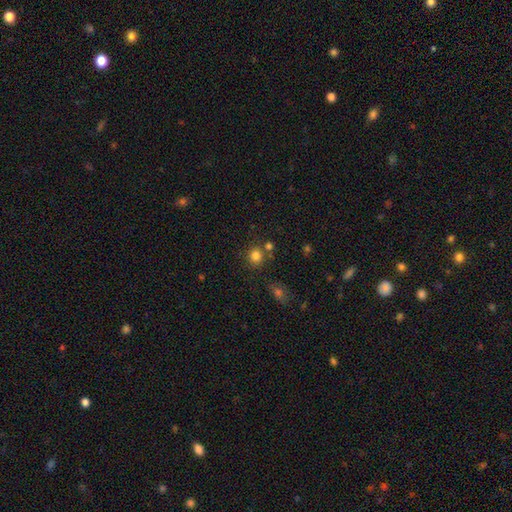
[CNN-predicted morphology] This is clearly a smooth galaxy (81%). How rounded: clearly round (86%). Merging: likely none (74%).